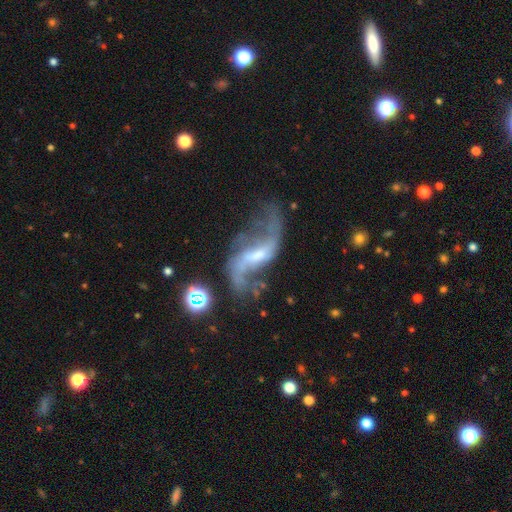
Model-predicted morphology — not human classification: Overall: featured or disk (84%). Edge-on disk: no (95%). Bar: weak (46%; strong 33%). Spiral arms: yes (92%). Spiral arm count: 2 (90%). Spiral winding: loose (88%). Bulge size: small (46%; moderate 30%). Merging: none (52%; major disturbance 22%).